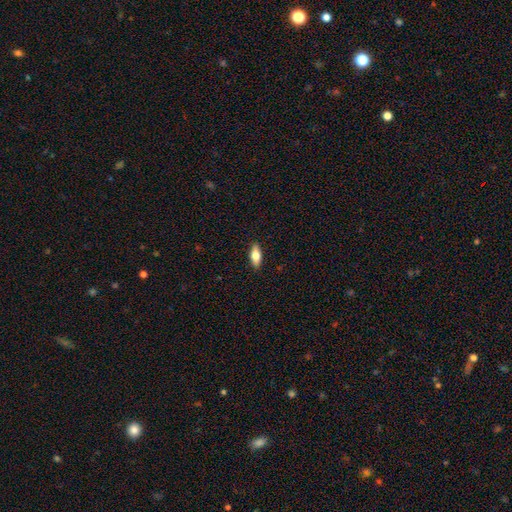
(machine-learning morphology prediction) smooth 71%, featured or disk 23%, star or artifact 6%. Down the decision tree: how rounded — in between (77%); merging — none (89%).